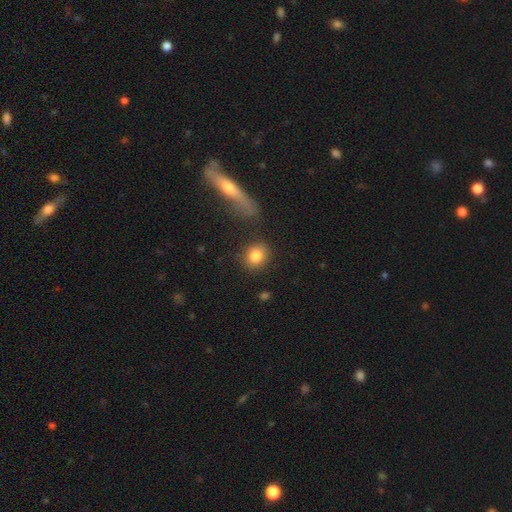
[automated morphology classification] Smooth or featured: smooth — 84% (star or artifact — 8%)
How rounded: round — 72% (in between — 25%)
Merging: none — 82% (minor disturbance — 9%)